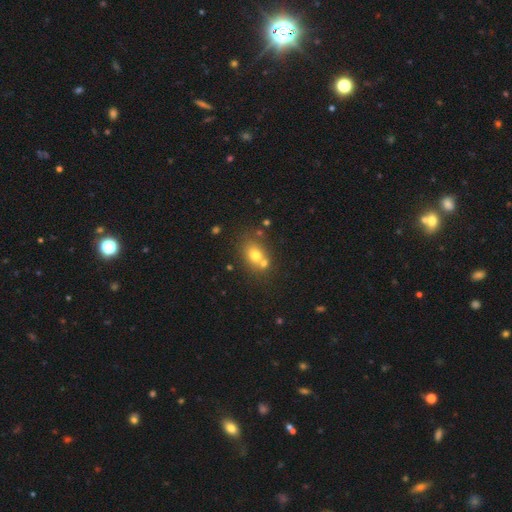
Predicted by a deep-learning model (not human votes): Smooth or featured: smooth — 69% (featured or disk — 17%)
How rounded: in between — 53% (round — 45%)
Merging: none — 50% (merger — 36%)